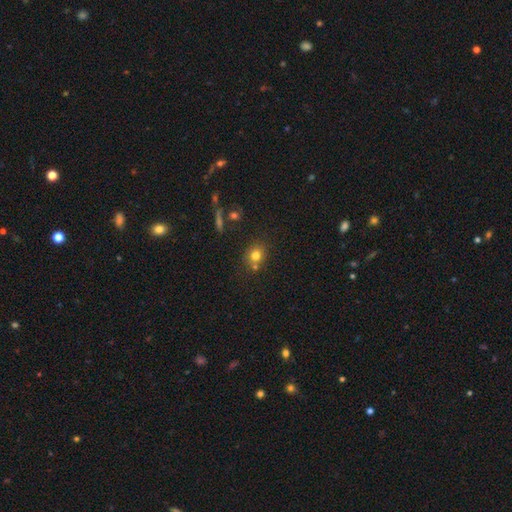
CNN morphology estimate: Q: Smooth or featured?
A: smooth (76%); runner-up: star or artifact (14%)
Q: How rounded?
A: round (73%); runner-up: in between (26%)
Q: Merging?
A: none (67%); runner-up: merger (17%)